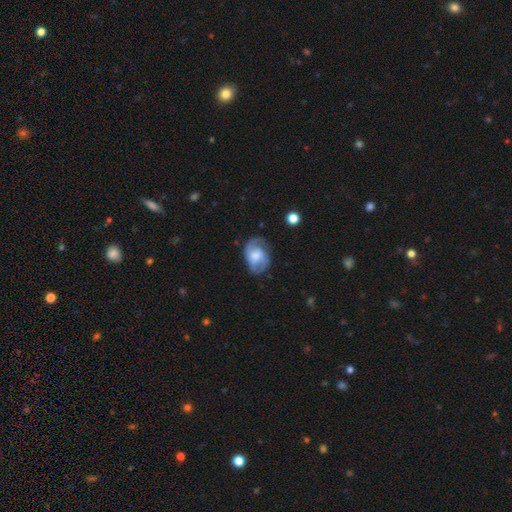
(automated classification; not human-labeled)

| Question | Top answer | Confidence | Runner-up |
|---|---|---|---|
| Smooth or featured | featured or disk | 67% | smooth (26%) |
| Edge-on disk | no | 97% | yes (3%) |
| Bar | no | 53% | weak (39%) |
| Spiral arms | yes | 90% | no (10%) |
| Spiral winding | medium | 47% | tight (31%) |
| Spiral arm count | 2 | 70% | can't tell (14%) |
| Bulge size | moderate | 42% | small (25%) |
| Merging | none | 63% | minor disturbance (24%) |